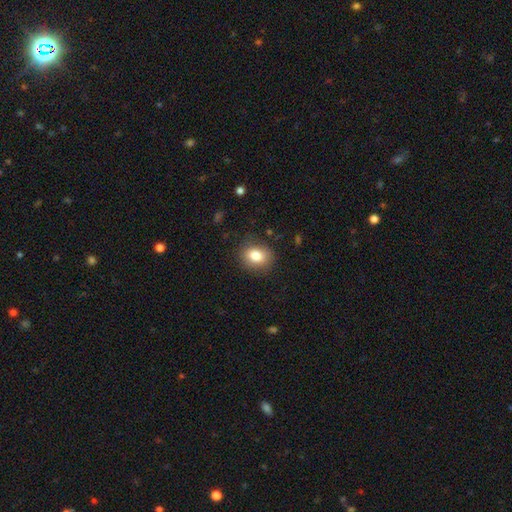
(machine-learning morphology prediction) Smooth or featured: smooth — 82% (star or artifact — 9%)
How rounded: round — 50% (in between — 49%)
Merging: none — 84% (minor disturbance — 11%)